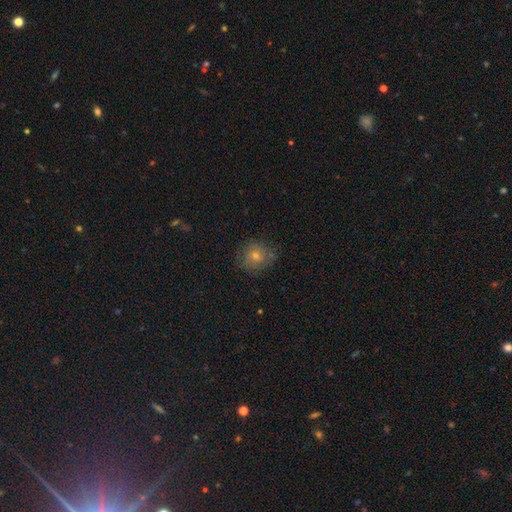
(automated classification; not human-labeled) Smooth or featured: smooth — 62% (featured or disk — 20%)
How rounded: round — 86% (in between — 13%)
Merging: none — 79% (minor disturbance — 15%)